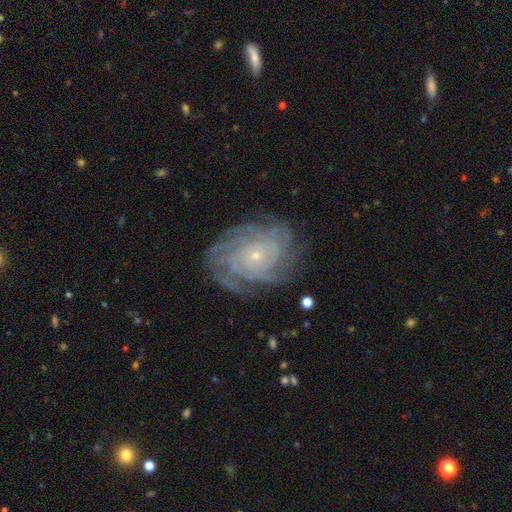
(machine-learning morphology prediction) smooth_or_featured: featured or disk (p=0.84) [alt: smooth p=0.09]
disk_edge_on: no (p=0.97) [alt: yes p=0.03]
bar: no (p=0.82) [alt: weak p=0.14]
has_spiral_arms: yes (p=0.96) [alt: no p=0.04]
spiral_winding: tight (p=0.77) [alt: medium p=0.19]
spiral_arm_count: can't tell (p=0.29) [alt: 4 p=0.25]
bulge_size: small (p=0.84) [alt: moderate p=0.12]
merging: none (p=0.76) [alt: minor disturbance p=0.16]